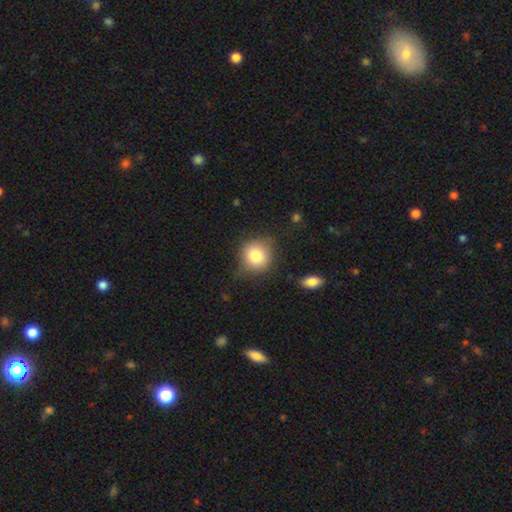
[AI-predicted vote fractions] A smooth galaxy with no disk features (81%) that is round (86%). Merging: none (76%).